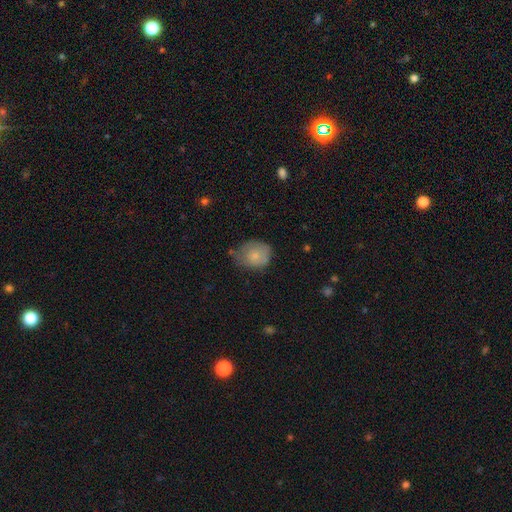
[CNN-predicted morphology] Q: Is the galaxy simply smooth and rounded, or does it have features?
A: smooth — 74%.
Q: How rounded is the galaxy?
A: round — 59%.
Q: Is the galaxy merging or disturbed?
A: none — 46%.